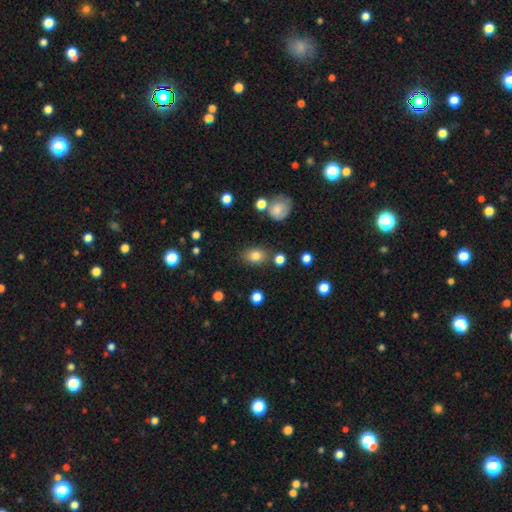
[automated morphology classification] Smooth or featured?
  - smooth: 80% *
  - star or artifact: 12%
  - featured or disk: 8%
How rounded?
  - in between: 67% *
  - round: 31%
  - cigar-shaped: 1%
Merging?
  - none: 77% *
  - minor disturbance: 13%
  - merger: 6%
  - major disturbance: 4%